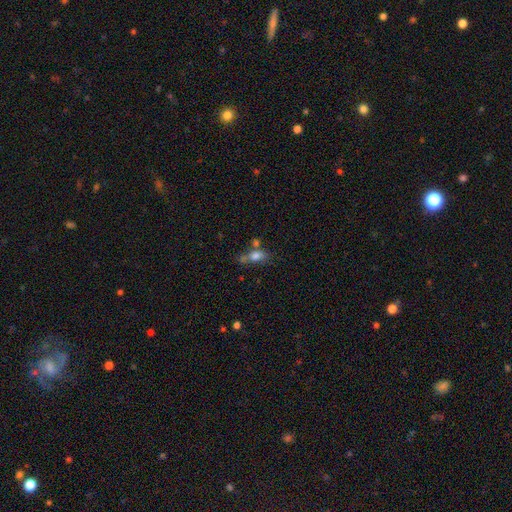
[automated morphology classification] Smooth or featured? Predicted: smooth (p=0.72). How rounded? Predicted: in between (p=0.74). Merging? Predicted: none (p=0.40).